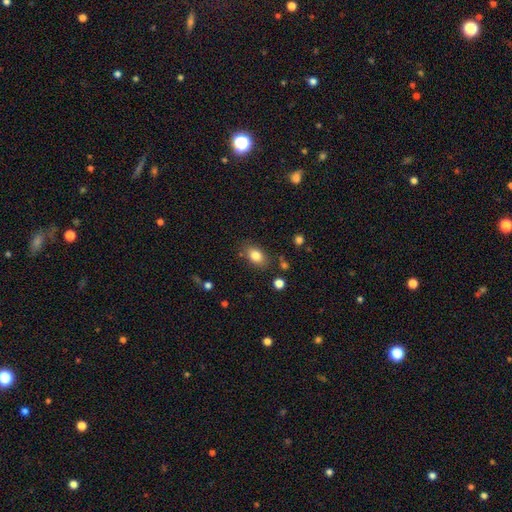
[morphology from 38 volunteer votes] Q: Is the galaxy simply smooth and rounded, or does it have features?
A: smooth — 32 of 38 (84%).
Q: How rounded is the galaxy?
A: in between — 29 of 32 (91%).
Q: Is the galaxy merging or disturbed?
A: none — 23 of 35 (66%).